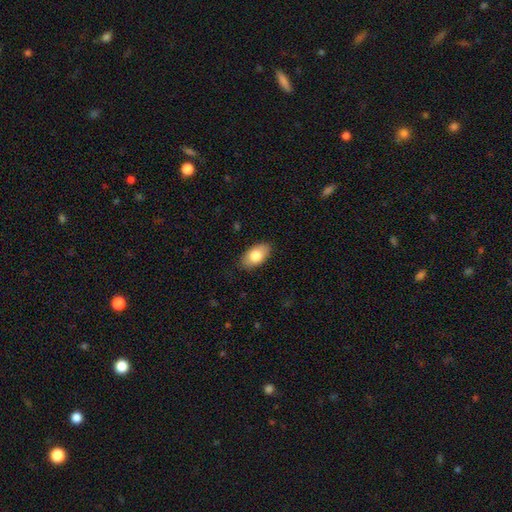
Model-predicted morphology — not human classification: Smooth or featured?
  - smooth: 79% *
  - featured or disk: 14%
  - star or artifact: 7%
How rounded?
  - in between: 93% *
  - round: 5%
  - cigar-shaped: 2%
Merging?
  - none: 85% *
  - minor disturbance: 12%
  - major disturbance: 2%
  - merger: 1%